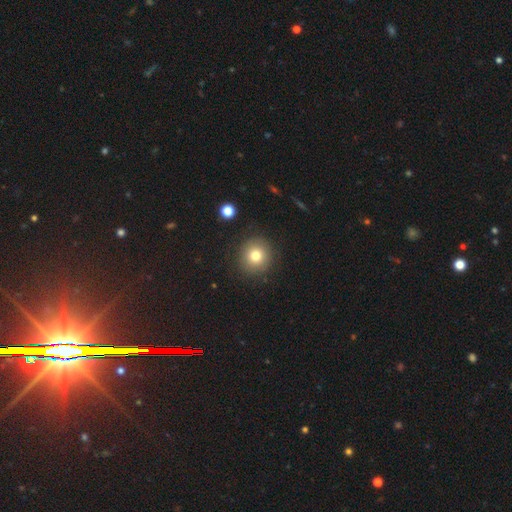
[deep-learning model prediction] smooth_or_featured: smooth (p=0.77) [alt: star or artifact p=0.12]
how_rounded: round (p=0.92) [alt: in between p=0.07]
merging: none (p=0.89) [alt: minor disturbance p=0.07]